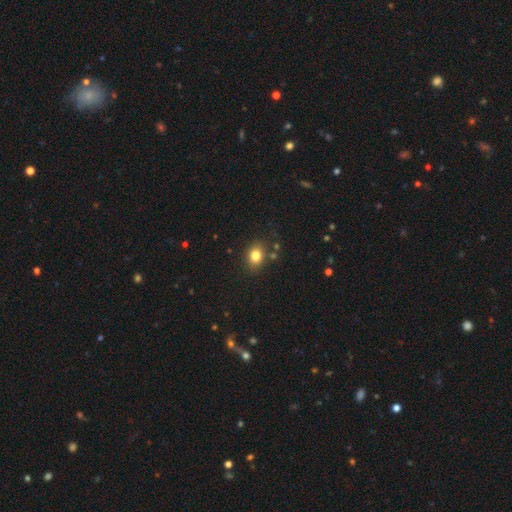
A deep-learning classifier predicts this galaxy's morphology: smooth-or-featured: smooth: 81% | star or artifact: 11% | featured or disk: 8%
  how-rounded: in between: 54% | round: 45% | cigar-shaped: 1%
  merging: none: 82% | minor disturbance: 11% | merger: 4% | major disturbance: 3%